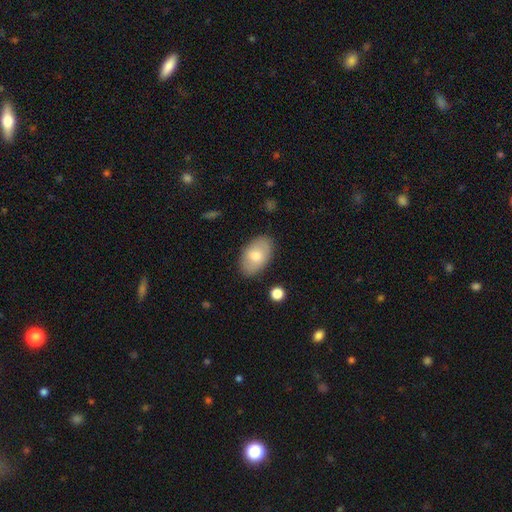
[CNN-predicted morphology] Smooth or featured: smooth — 76% (featured or disk — 18%)
How rounded: in between — 94% (round — 5%)
Merging: none — 86% (minor disturbance — 10%)